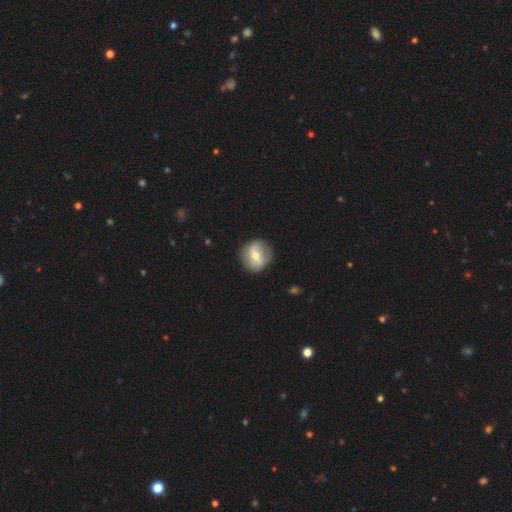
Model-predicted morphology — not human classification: The model was most divided on "smooth or featured": smooth: 48%, featured or disk: 45%, star or artifact: 7%. More confident: merging — none (84%).